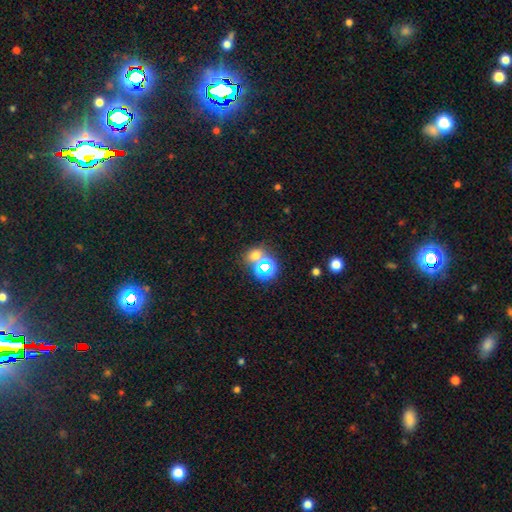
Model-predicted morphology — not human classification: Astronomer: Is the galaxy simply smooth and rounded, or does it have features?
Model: smooth — 52% (runner-up: star or artifact, 39%).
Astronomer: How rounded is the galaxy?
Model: round — 62%.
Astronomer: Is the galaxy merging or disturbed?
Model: none — 61%.